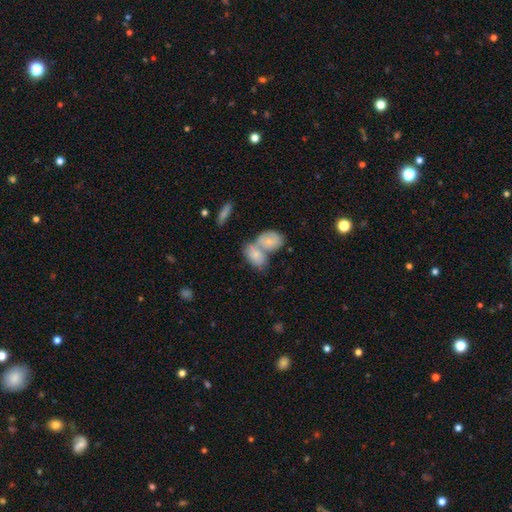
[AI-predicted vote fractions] A smooth galaxy with no disk features (69%) that is in between round and cigar-shaped (87%). Merging: merger (66%).